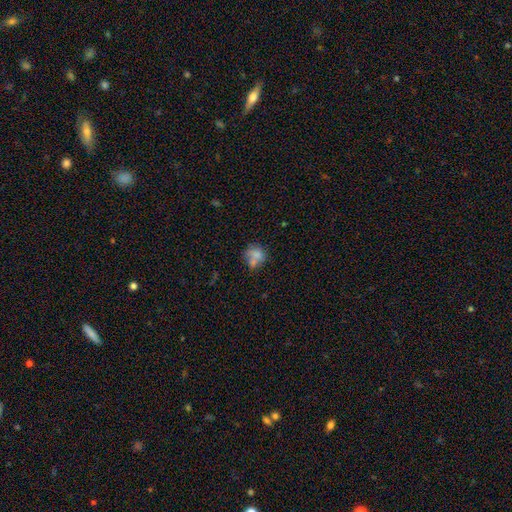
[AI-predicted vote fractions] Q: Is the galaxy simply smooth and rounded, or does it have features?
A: smooth — 70%.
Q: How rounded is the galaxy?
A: round — 65%.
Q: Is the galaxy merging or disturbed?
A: none — 38%.